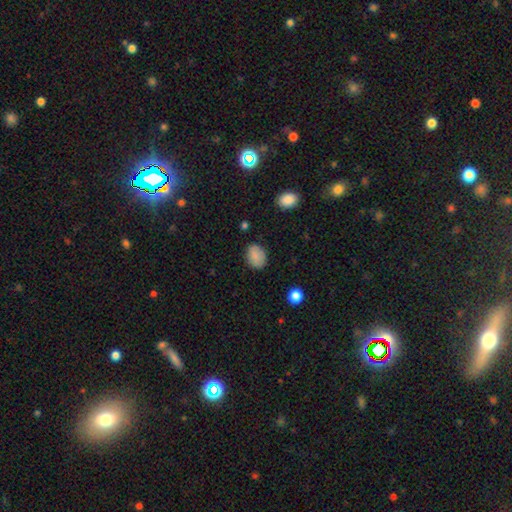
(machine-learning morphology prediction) The model was most divided on "how rounded": in between: 70%, round: 29%, cigar-shaped: 1%. More confident: smooth or featured — smooth (86%); merging — none (80%).